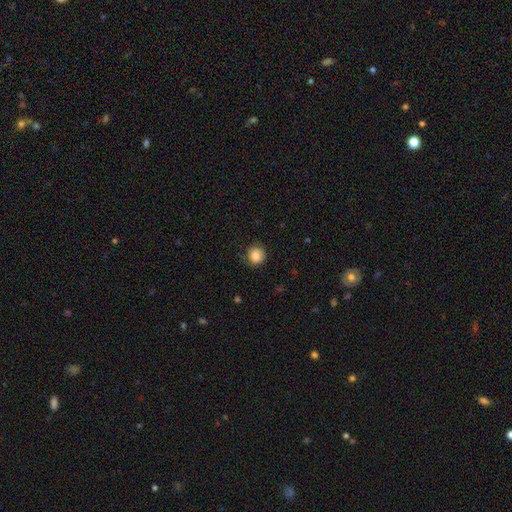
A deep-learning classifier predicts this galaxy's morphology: Overall: smooth (81%). How rounded: round (87%). Merging: none (78%).